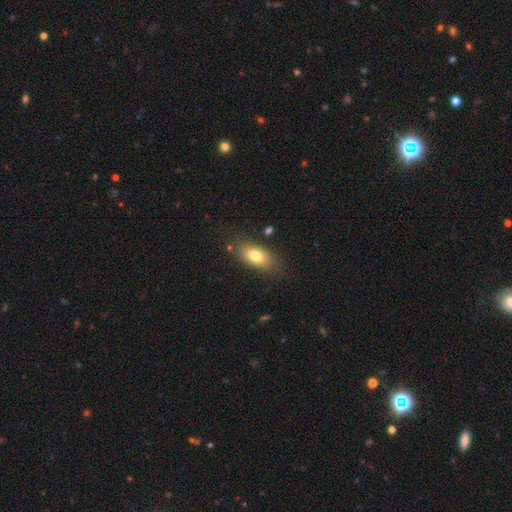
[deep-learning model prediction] A smooth galaxy with no disk features (77%) that is in between round and cigar-shaped (86%). Merging: none (81%).